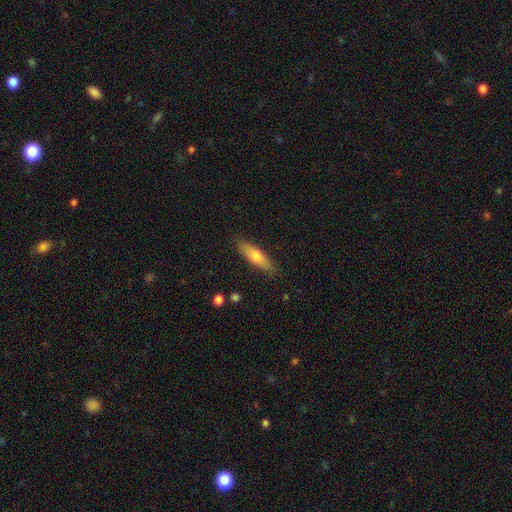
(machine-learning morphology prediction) smooth-or-featured: smooth: 64% | featured or disk: 30% | star or artifact: 6%
  how-rounded: cigar-shaped: 68% | in between: 30% | round: 2%
  merging: none: 87% | minor disturbance: 10% | major disturbance: 2% | merger: 1%